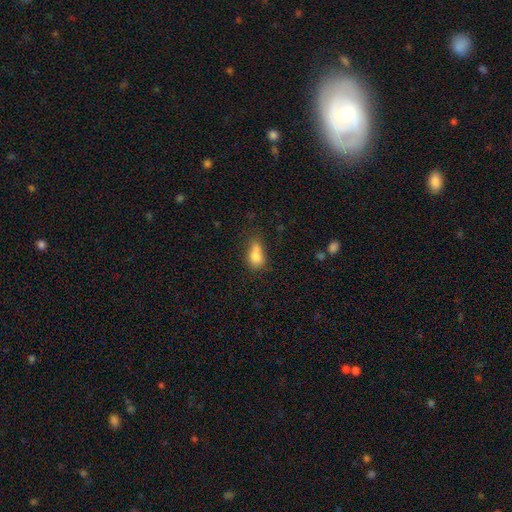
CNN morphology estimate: smooth 77%, featured or disk 12%, star or artifact 11%. Down the decision tree: how rounded — in between (66%); merging — none (34%).